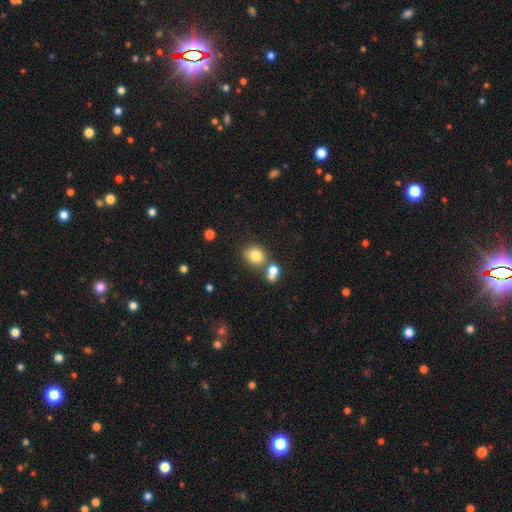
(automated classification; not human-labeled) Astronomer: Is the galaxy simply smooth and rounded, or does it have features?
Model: smooth — 81%.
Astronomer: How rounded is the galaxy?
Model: round — 69%.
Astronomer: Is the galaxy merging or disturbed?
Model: none — 61%.